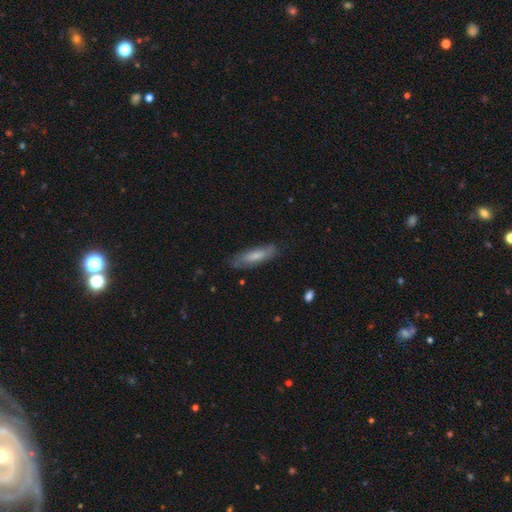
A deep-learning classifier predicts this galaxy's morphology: Smooth or featured?
  - smooth: 68% *
  - featured or disk: 26%
  - star or artifact: 6%
How rounded?
  - cigar-shaped: 66% *
  - in between: 32%
  - round: 1%
Merging?
  - none: 76% *
  - minor disturbance: 18%
  - major disturbance: 4%
  - merger: 1%